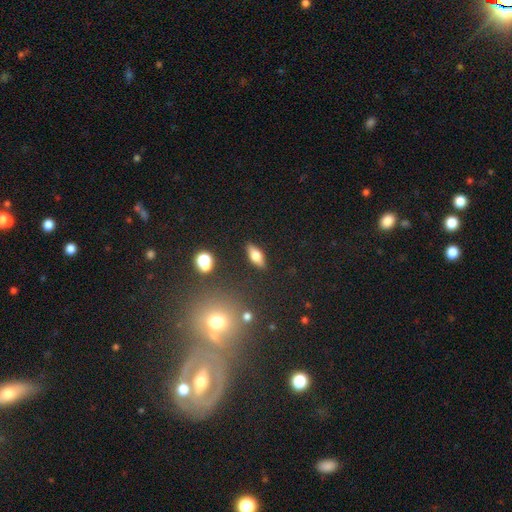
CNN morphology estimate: smooth-or-featured: smooth: 63% | featured or disk: 28% | star or artifact: 9%
  how-rounded: in between: 71% | cigar-shaped: 24% | round: 5%
  merging: none: 86% | minor disturbance: 9% | major disturbance: 2% | merger: 2%